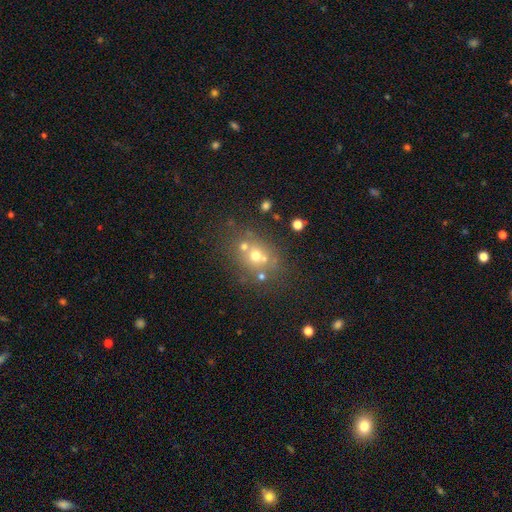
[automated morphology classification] smooth 55%, featured or disk 24%, star or artifact 21%. Down the decision tree: how rounded — round (70%); merging — none (55%).